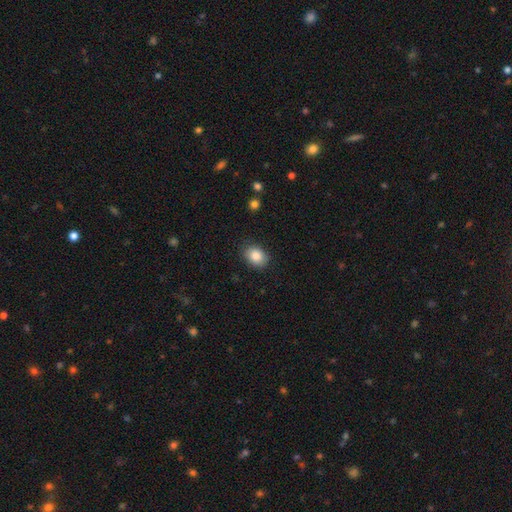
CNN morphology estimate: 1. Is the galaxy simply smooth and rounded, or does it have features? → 86% smooth, 8% star or artifact, 6% featured or disk.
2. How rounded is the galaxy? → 61% in between, 38% round, 1% cigar-shaped.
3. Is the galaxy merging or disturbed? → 84% none, 12% minor disturbance, 3% major disturbance, 1% merger.